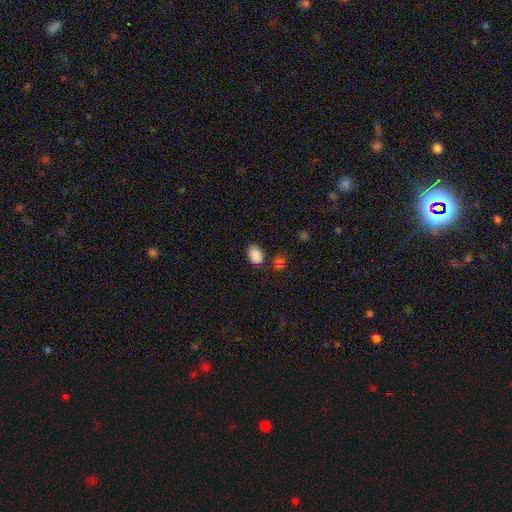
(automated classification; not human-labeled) Overall: smooth (87%). How rounded: in between (87%). Merging: none (78%).